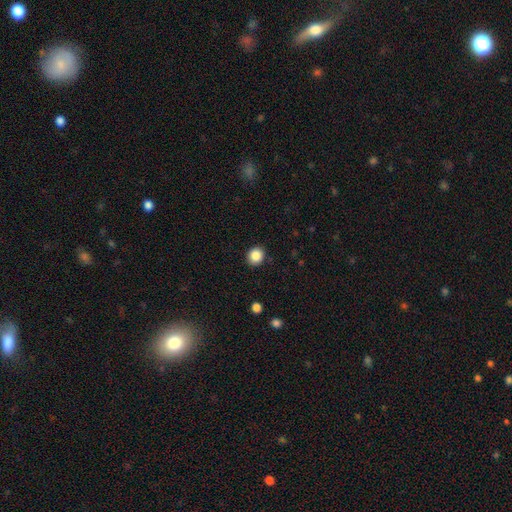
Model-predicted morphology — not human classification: Smooth or featured? smooth (87%)
How rounded? round (83%)
Merging? none (91%)